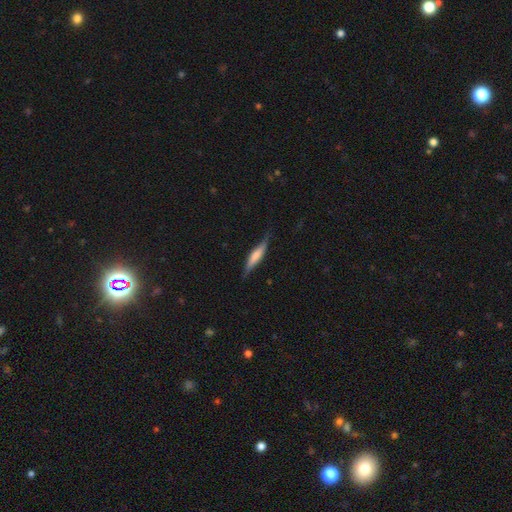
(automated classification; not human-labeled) Q: Smooth or featured?
A: smooth (54%); runner-up: featured or disk (40%)
Q: How rounded?
A: cigar-shaped (83%); runner-up: in between (16%)
Q: Merging?
A: none (74%); runner-up: minor disturbance (21%)